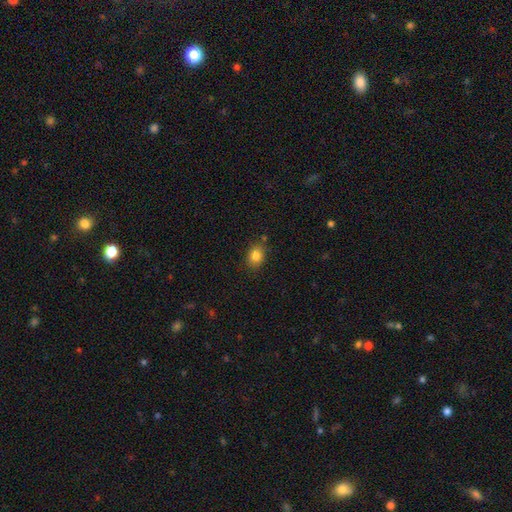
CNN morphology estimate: smooth 83%, star or artifact 10%, featured or disk 6%. Down the decision tree: how rounded — in between (52%); merging — none (81%).